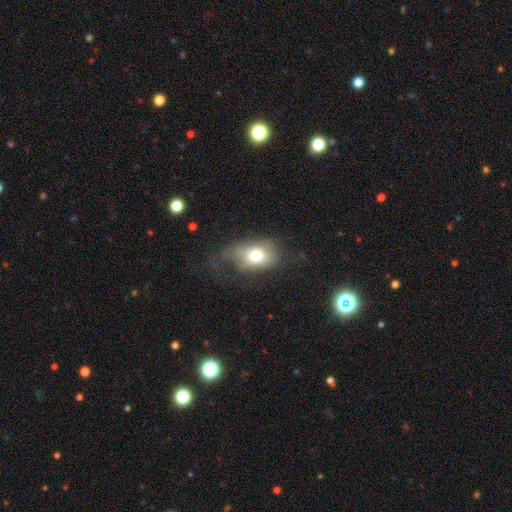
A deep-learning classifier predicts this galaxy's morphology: The model was most divided on "merging": none: 42%, major disturbance: 29%, minor disturbance: 28%, merger: 2%. More confident: how rounded — in between (76%); smooth or featured — smooth (70%).